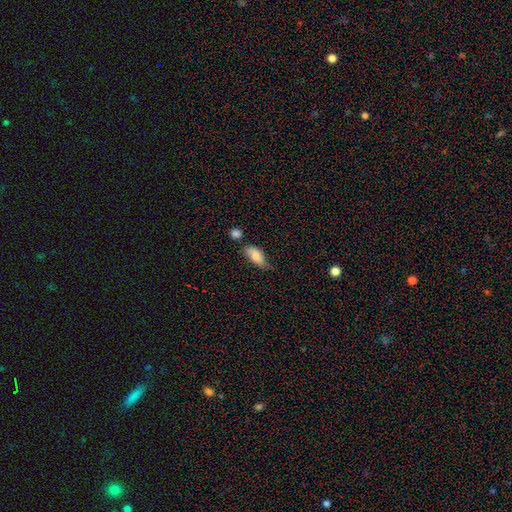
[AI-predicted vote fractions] This appears to be a smooth galaxy with no disk features (72%) that is in between round and cigar-shaped (87%). Merging: none (47%).